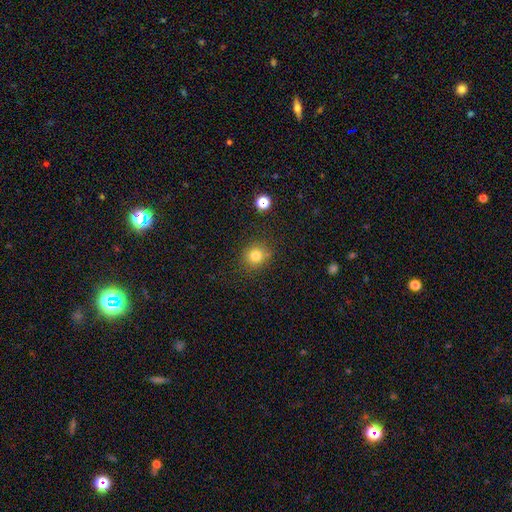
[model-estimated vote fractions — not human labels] smooth-or-featured: smooth: 80% | star or artifact: 13% | featured or disk: 6%
  how-rounded: round: 84% | in between: 15% | cigar-shaped: 1%
  merging: none: 84% | minor disturbance: 10% | major disturbance: 3% | merger: 3%